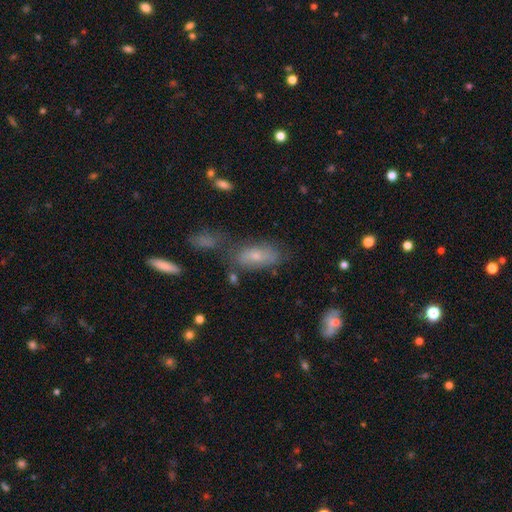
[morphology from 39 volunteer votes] Q: Smooth or featured?
A: smooth (72%); runner-up: featured or disk (26%)
Q: How rounded?
A: in between (89%); runner-up: cigar-shaped (11%)
Q: Merging?
A: none (61%); runner-up: minor disturbance (21%)